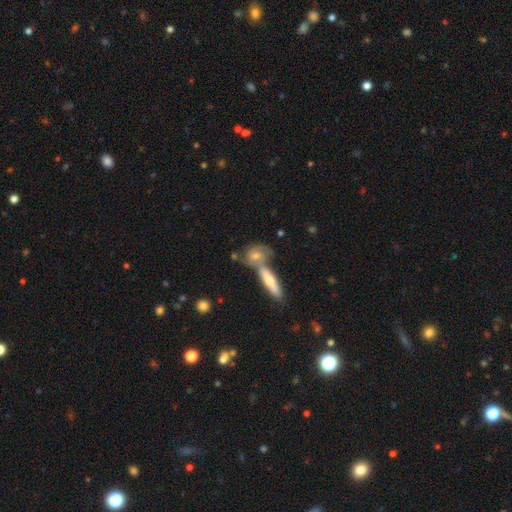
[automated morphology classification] smooth-or-featured: featured or disk: 57% | smooth: 36% | star or artifact: 7%
  disk-edge-on: no: 79% | yes: 21%
  merging: merger: 42% | none: 40% | minor disturbance: 13% | major disturbance: 5%